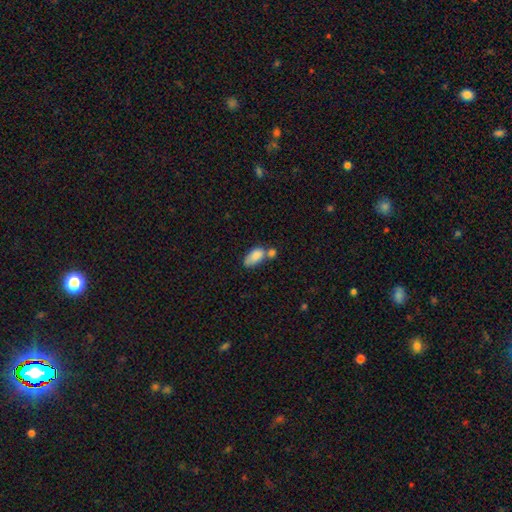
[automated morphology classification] Smooth or featured?
  - smooth: 82% *
  - featured or disk: 10%
  - star or artifact: 8%
How rounded?
  - in between: 91% *
  - cigar-shaped: 5%
  - round: 4%
Merging?
  - merger: 44% *
  - none: 32%
  - minor disturbance: 16%
  - major disturbance: 7%